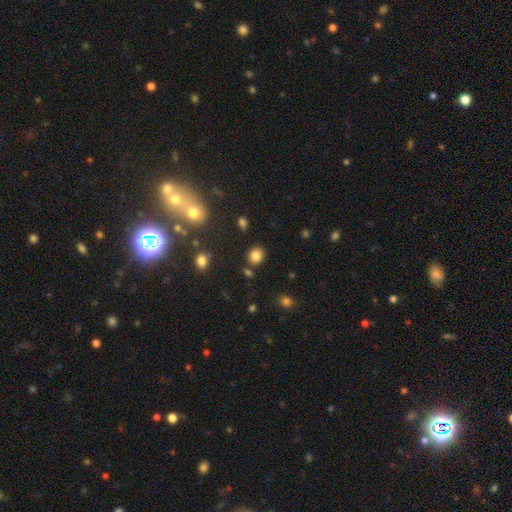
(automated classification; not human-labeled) This appears to be a smooth galaxy with no disk features (82%) that is round (71%). Merging: none (83%).